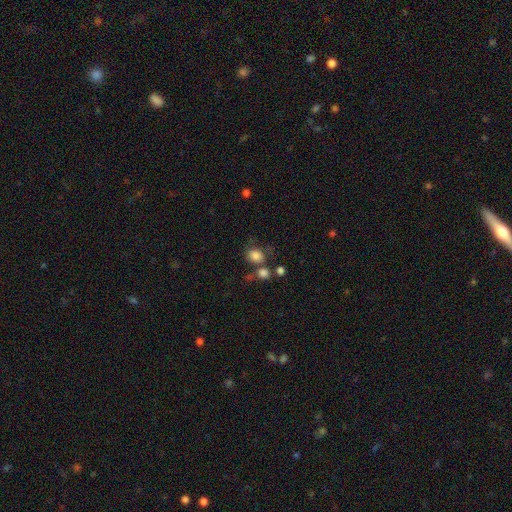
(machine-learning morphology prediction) Smooth or featured? smooth (82%)
How rounded? round (64%)
Merging? none (56%)